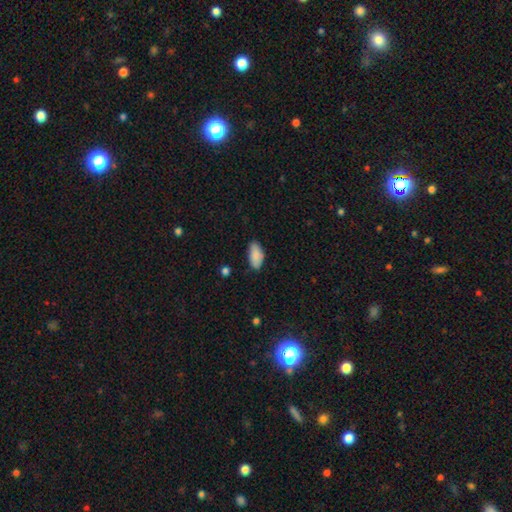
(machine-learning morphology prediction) Smooth or featured? Predicted: smooth (p=0.87). How rounded? Predicted: in between (p=0.93). Merging? Predicted: none (p=0.78).